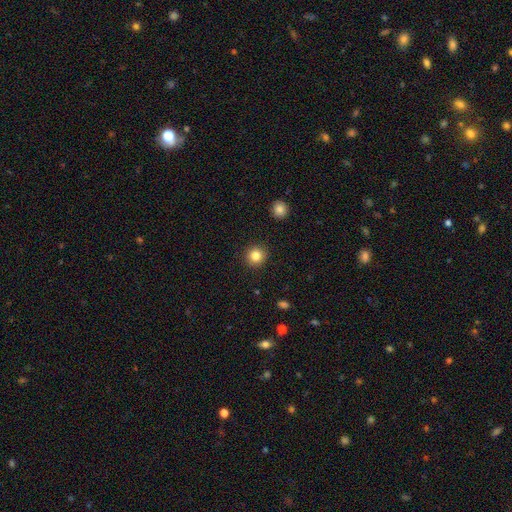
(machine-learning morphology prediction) smooth-or-featured: smooth: 84% | star or artifact: 11% | featured or disk: 5%
  how-rounded: round: 93% | in between: 6% | cigar-shaped: 1%
  merging: none: 92% | minor disturbance: 5% | major disturbance: 2% | merger: 1%